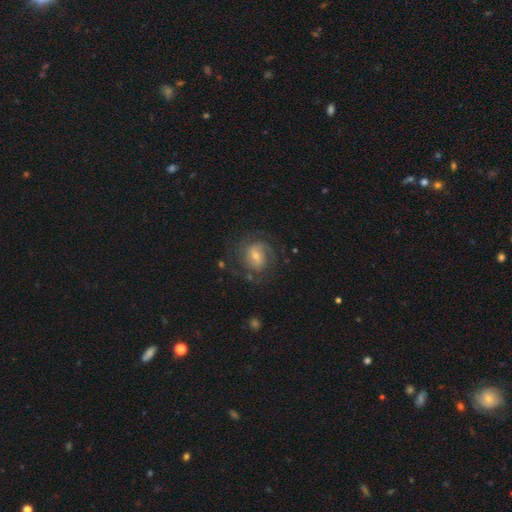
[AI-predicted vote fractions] A featured or disk galaxy (73%) with a weak bar (49%), 2 (48%) tight (45%) spiral arms (91%) and a small central bulge (51%).

Vote fractions:
- Smooth or featured? featured or disk: 73% / smooth: 18% / star or artifact: 9%
- Edge-on disk? no: 97% / yes: 3%
- Bar? weak: 49% / no: 38% / strong: 13%
- Spiral arms? yes: 91% / no: 9%
- Spiral winding? tight: 45% / medium: 41% / loose: 14%
- Spiral arm count? 2: 48% / can't tell: 26% / 3: 11% / 1: 8% / 4: 4% / more than 4: 3%
- Bulge size? small: 51% / moderate: 41% / large: 4% / none: 3% / dominant: 1%
- Merging? none: 71% / minor disturbance: 16% / major disturbance: 12% / merger: 2%